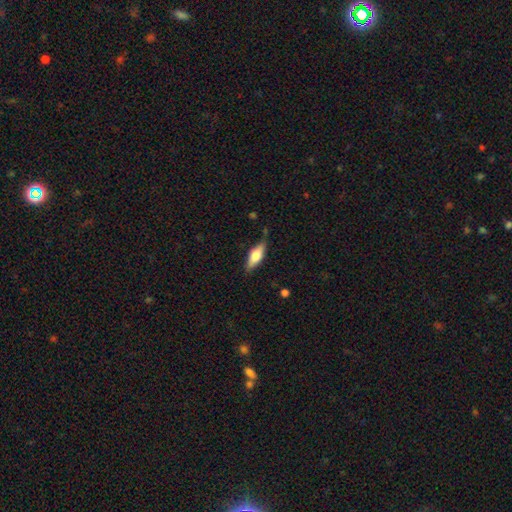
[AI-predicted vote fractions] A smooth galaxy with no disk features (57%) that is in between round and cigar-shaped (63%).

Vote fractions:
- Smooth or featured? smooth: 57% / featured or disk: 37% / star or artifact: 6%
- How rounded? in between: 63% / cigar-shaped: 34% / round: 3%
- Merging? none: 78% / minor disturbance: 17% / major disturbance: 4% / merger: 2%